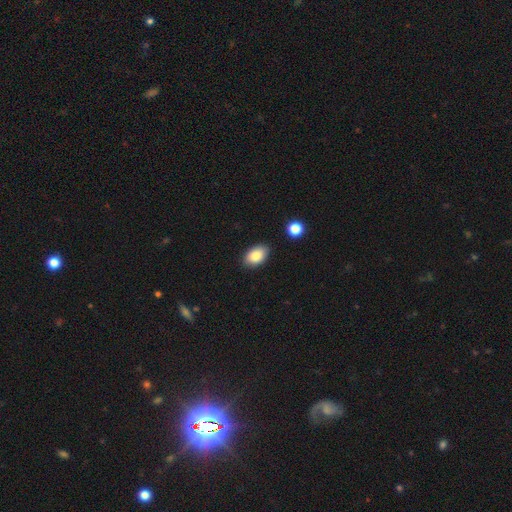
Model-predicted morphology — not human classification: A smooth galaxy with no disk features (86%) that is in between round and cigar-shaped (90%). Merging: none (84%).